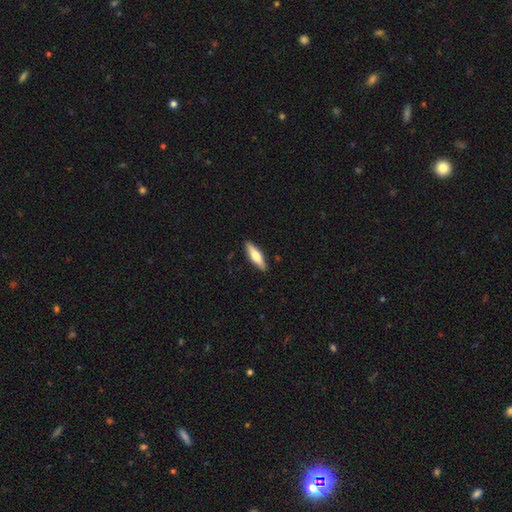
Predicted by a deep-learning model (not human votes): Smooth or featured: smooth — 58% (featured or disk — 37%)
How rounded: cigar-shaped — 63% (in between — 35%)
Merging: none — 90% (minor disturbance — 8%)